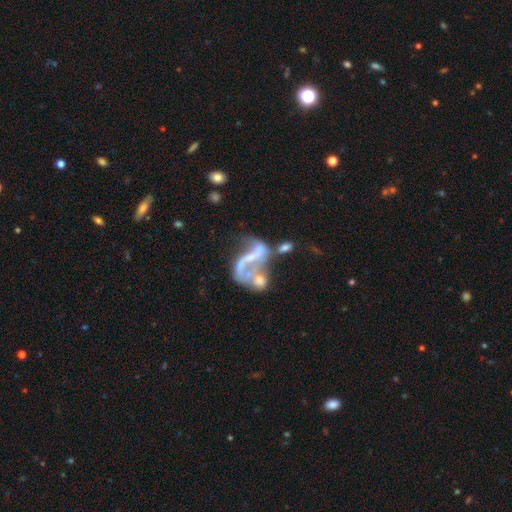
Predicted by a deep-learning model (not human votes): A featured or disk galaxy (75%) with no bar (50%), spiral arms (61%) and no central bulge (46%). Merging: merger (46%).